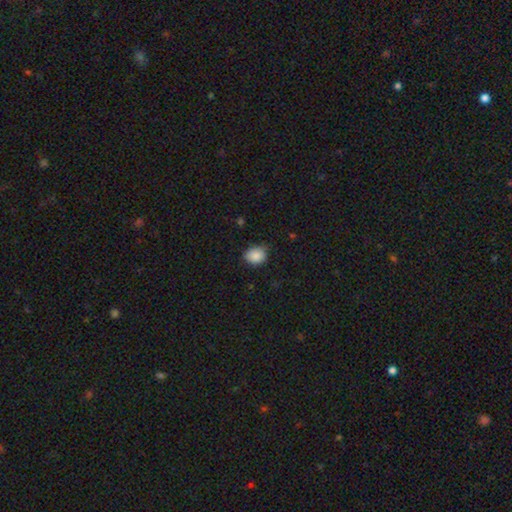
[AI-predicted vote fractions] A smooth galaxy with no disk features (86%) that is round (60%). Merging: none (75%).